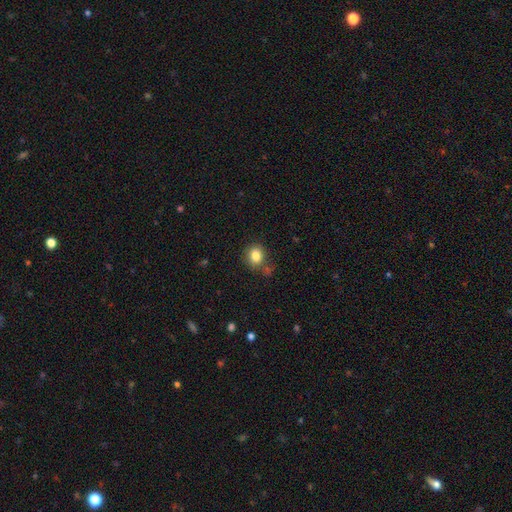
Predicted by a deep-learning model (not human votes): Morphology: type=smooth (84%); roundness=round (68%); merging=none (74%).